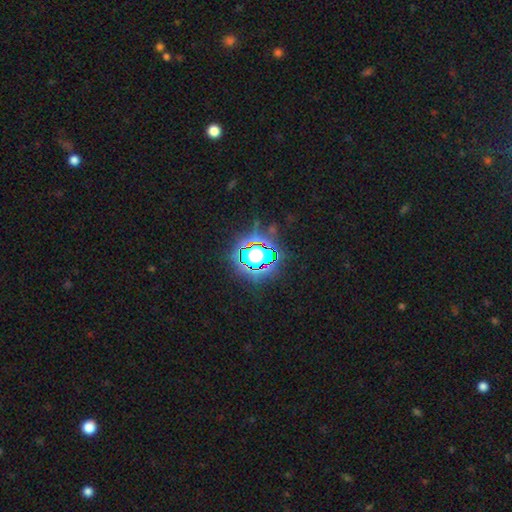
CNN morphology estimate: Q: Smooth or featured?
A: star or artifact (69%); runner-up: smooth (19%)